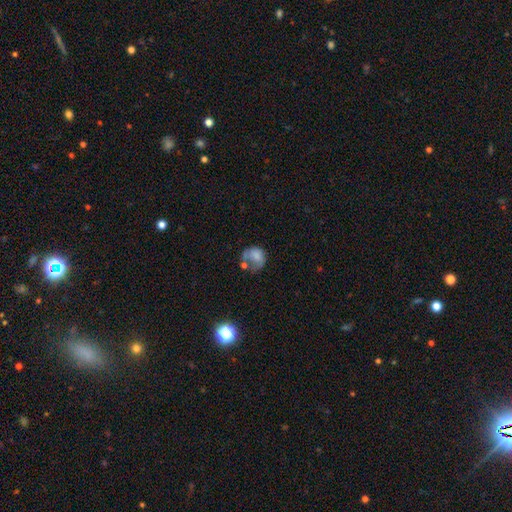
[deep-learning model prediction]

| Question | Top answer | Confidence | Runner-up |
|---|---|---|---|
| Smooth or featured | smooth | 61% | featured or disk (28%) |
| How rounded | round | 60% | in between (39%) |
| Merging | major disturbance | 30% | none (28%) |